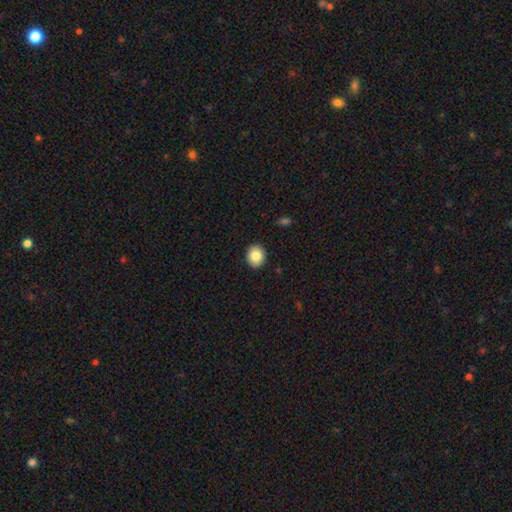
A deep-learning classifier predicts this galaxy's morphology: A smooth galaxy with no disk features (84%) that is round (67%). Merging: none (91%).